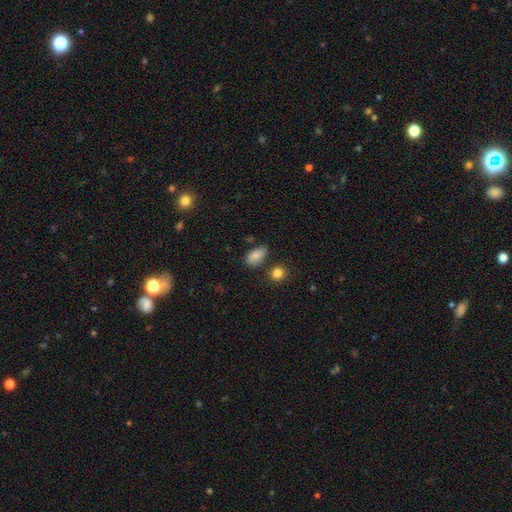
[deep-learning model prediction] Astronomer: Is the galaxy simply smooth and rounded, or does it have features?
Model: smooth — 83%.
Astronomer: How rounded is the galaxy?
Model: in between — 89%.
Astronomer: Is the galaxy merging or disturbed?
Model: none — 67%.